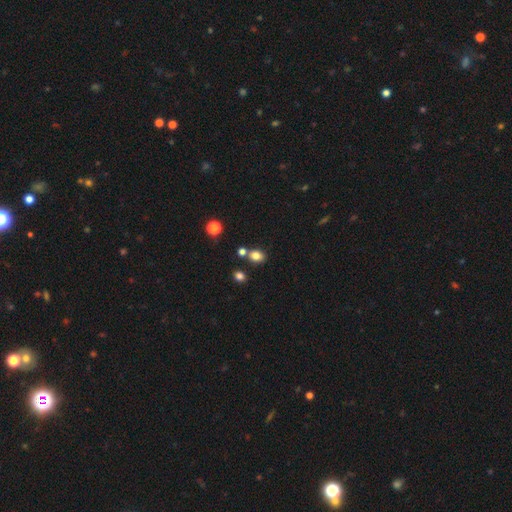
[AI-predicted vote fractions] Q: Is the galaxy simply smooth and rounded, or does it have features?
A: smooth — 81%.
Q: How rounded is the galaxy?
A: in between — 52%.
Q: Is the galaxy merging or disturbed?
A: none — 70%.